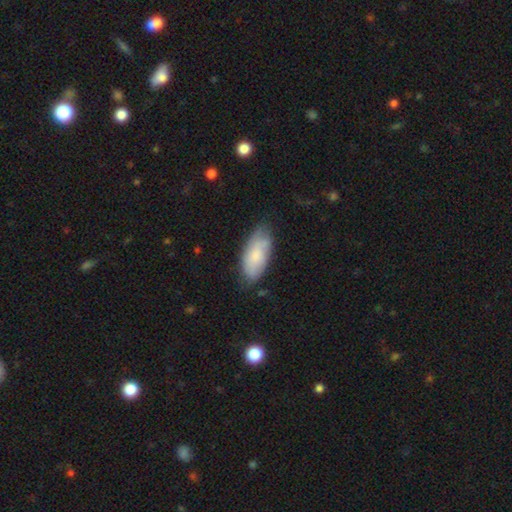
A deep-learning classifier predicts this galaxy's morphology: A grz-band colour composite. It shows a smooth galaxy with no disk features (73%) that is in between round and cigar-shaped (91%). Merging: none (63%).